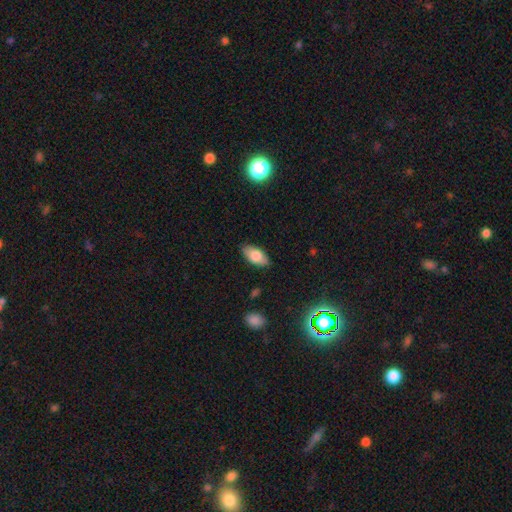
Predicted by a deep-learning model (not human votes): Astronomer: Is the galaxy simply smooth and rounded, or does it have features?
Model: smooth — 78%.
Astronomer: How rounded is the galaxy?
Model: in between — 93%.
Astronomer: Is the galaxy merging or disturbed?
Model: none — 86%.